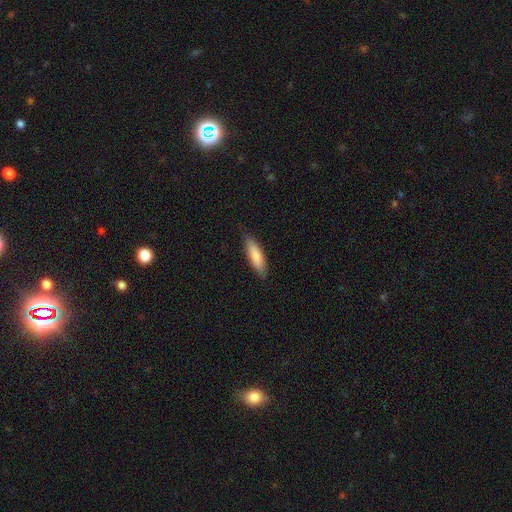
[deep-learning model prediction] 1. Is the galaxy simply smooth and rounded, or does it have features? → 81% smooth, 13% featured or disk, 6% star or artifact.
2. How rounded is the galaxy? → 61% cigar-shaped, 38% in between, 1% round.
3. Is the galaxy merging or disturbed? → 84% none, 13% minor disturbance, 2% major disturbance, 1% merger.